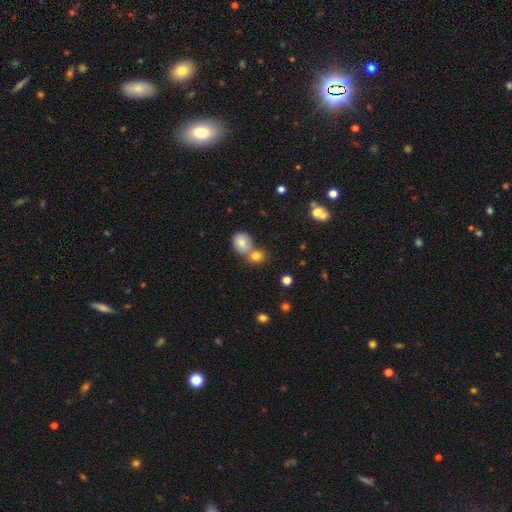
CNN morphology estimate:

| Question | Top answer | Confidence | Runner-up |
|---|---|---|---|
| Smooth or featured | smooth | 58% | star or artifact (29%) |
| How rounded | round | 68% | in between (29%) |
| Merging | none | 52% | merger (33%) |